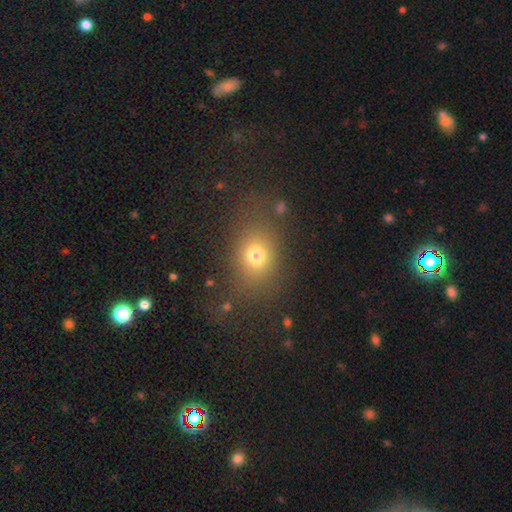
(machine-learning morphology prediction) Smooth or featured? Predicted: smooth (p=0.73). How rounded? Predicted: in between (p=0.52). Merging? Predicted: none (p=0.75).